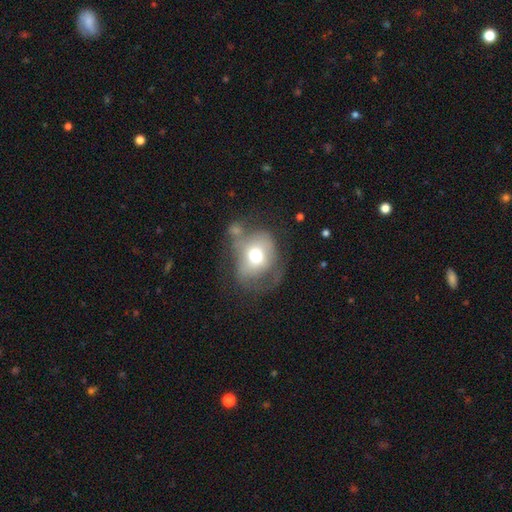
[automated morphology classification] The model was most divided on "merging": major disturbance: 34%, none: 29%, minor disturbance: 26%, merger: 11%. More confident: how rounded — round (57%); smooth or featured — smooth (55%).